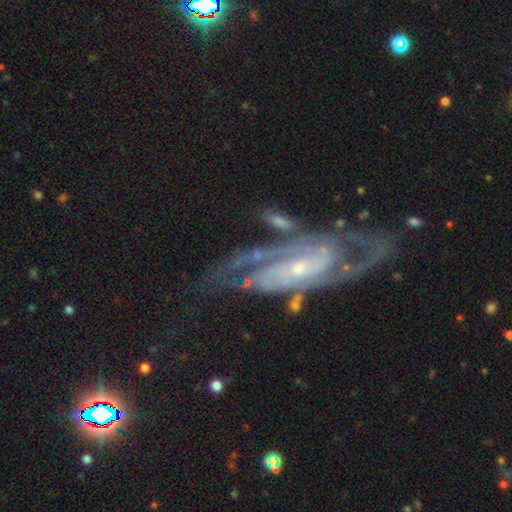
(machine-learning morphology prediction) Smooth or featured? Predicted: featured or disk (p=0.89). Edge-on disk? Predicted: no (p=0.94). Bar? Predicted: no (p=0.48). Spiral arms? Predicted: yes (p=0.97). Spiral winding? Predicted: tight (p=0.49). Spiral arm count? Predicted: 2 (p=0.63). Bulge size? Predicted: small (p=0.74). Merging? Predicted: none (p=0.63).